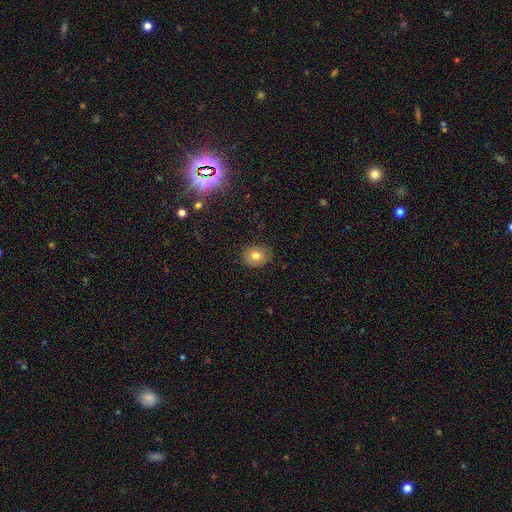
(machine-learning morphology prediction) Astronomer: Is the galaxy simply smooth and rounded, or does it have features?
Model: smooth — 76%.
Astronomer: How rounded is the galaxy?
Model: round — 54% (runner-up: in between, 45%).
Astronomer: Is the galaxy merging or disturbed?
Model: none — 84%.